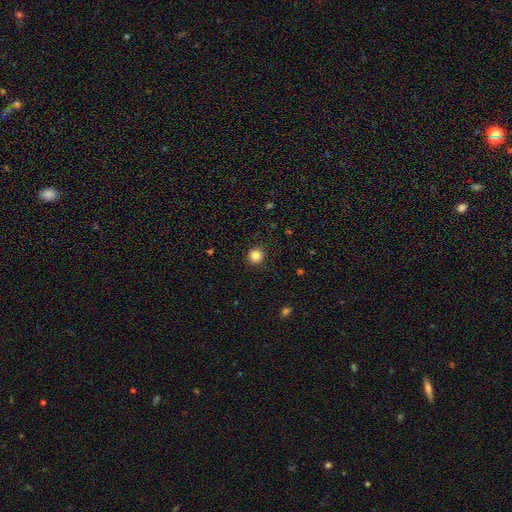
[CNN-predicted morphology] Smooth or featured? Predicted: smooth (p=0.85). How rounded? Predicted: round (p=0.93). Merging? Predicted: none (p=0.91).